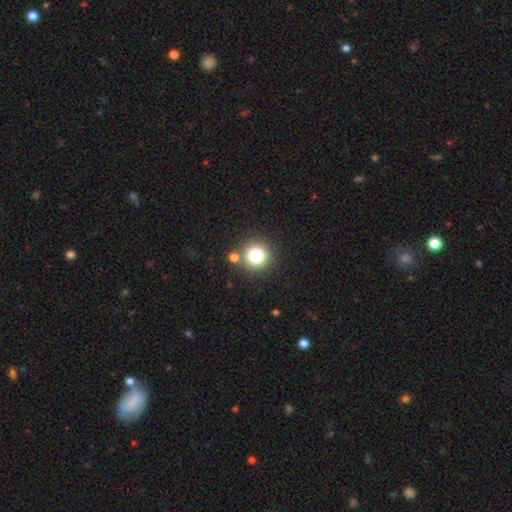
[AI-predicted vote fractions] smooth-or-featured: smooth: 80% | star or artifact: 13% | featured or disk: 7%
  how-rounded: round: 92% | in between: 7% | cigar-shaped: 1%
  merging: none: 79% | merger: 10% | minor disturbance: 8% | major disturbance: 3%